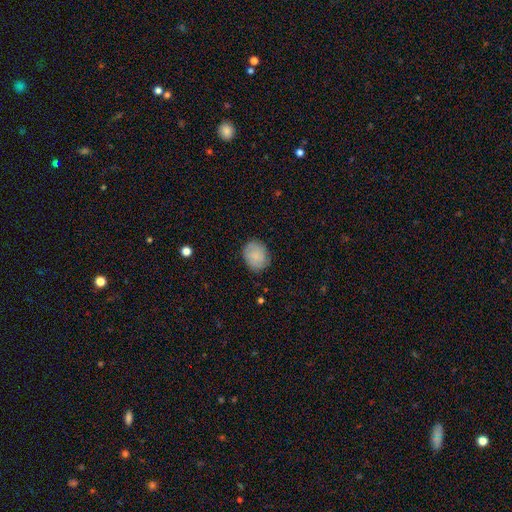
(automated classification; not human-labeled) smooth 72%, featured or disk 21%, star or artifact 8%. Down the decision tree: how rounded — round (53%); merging — none (81%).